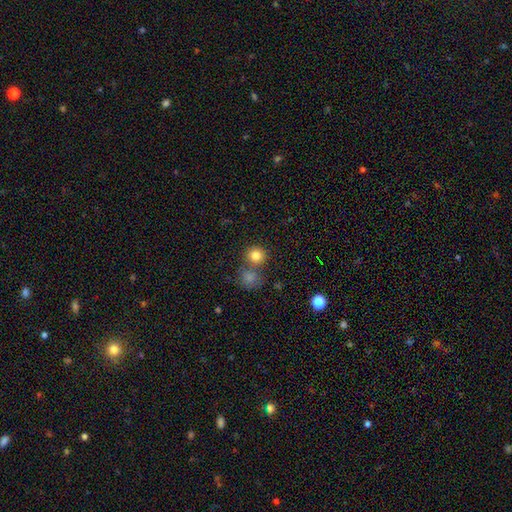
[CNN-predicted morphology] Smooth or featured? smooth (82%)
How rounded? round (87%)
Merging? none (63%)